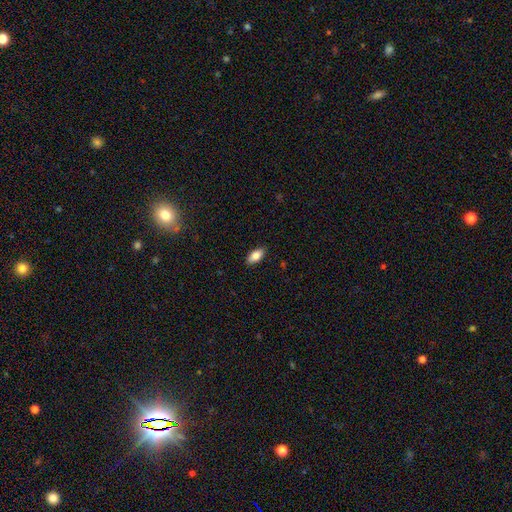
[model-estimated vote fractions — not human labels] A smooth galaxy with no disk features (82%) that is in between round and cigar-shaped (90%). Merging: none (89%).